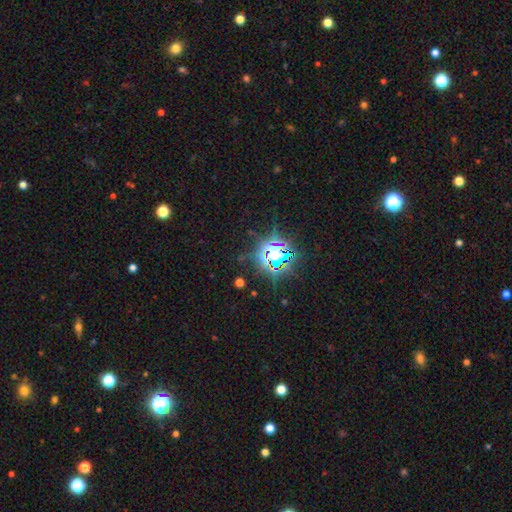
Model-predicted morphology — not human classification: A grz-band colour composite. It shows a star or artifact, not a galaxy (81%).